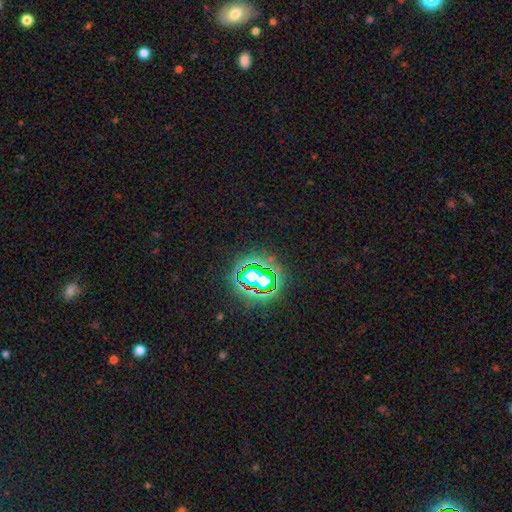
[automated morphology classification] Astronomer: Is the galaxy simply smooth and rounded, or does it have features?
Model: star or artifact — 79%.